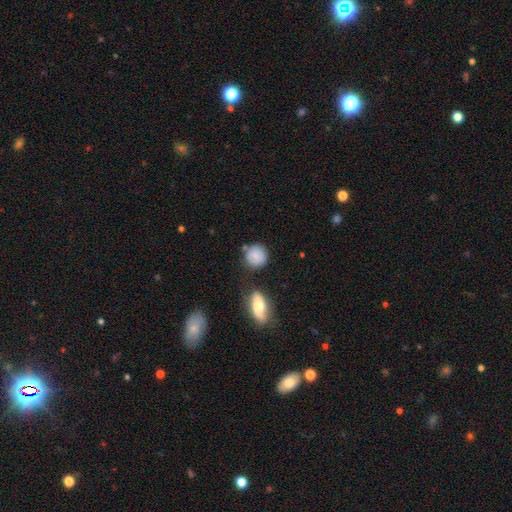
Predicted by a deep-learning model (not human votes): A smooth galaxy with no disk features (80%) that is round (87%).

Vote fractions:
- Smooth or featured? smooth: 80% / featured or disk: 12% / star or artifact: 8%
- How rounded? round: 87% / in between: 12% / cigar-shaped: 1%
- Merging? none: 74% / minor disturbance: 14% / merger: 8% / major disturbance: 4%